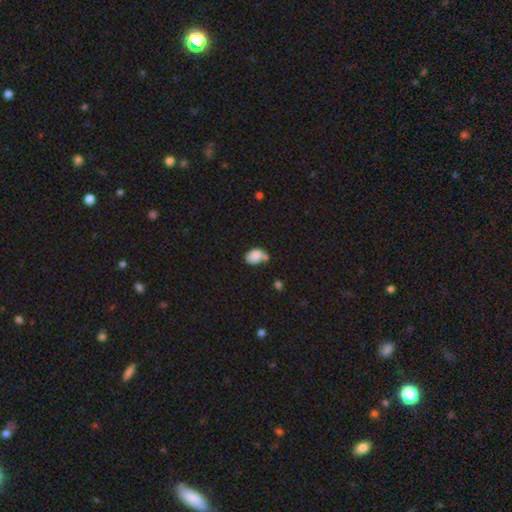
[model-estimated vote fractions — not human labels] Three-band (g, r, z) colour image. It shows a smooth galaxy with no disk features (83%) that is in between round and cigar-shaped (80%). Merging: none (40%).